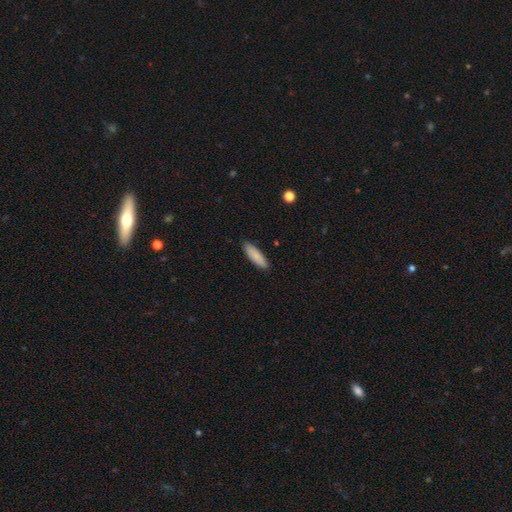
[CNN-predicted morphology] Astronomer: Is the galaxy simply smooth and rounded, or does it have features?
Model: smooth — 85%.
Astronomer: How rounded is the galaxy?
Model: cigar-shaped — 56% (runner-up: in between, 42%).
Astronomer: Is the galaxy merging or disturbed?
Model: none — 88%.